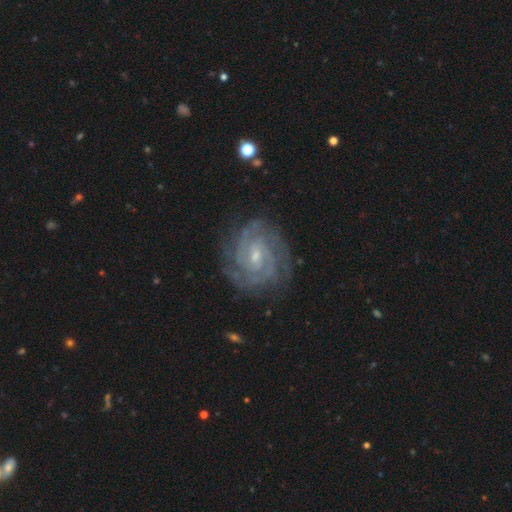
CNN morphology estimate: smooth-or-featured: featured or disk: 88% | smooth: 6% | star or artifact: 6%
  disk-edge-on: no: 98% | yes: 2%
    bar: weak: 49% | no: 39% | strong: 12%
    has-spiral-arms: yes: 97% | no: 3%
      spiral-winding: tight: 74% | medium: 23% | loose: 3%
      spiral-arm-count: 2: 29% | can't tell: 24% | 3: 21% | 4: 14% | more than 4: 7% | 1: 6%
    bulge-size: small: 65% | moderate: 30% | none: 3% | large: 1% | dominant: 1%
  merging: none: 80% | minor disturbance: 14% | major disturbance: 5% | merger: 1%